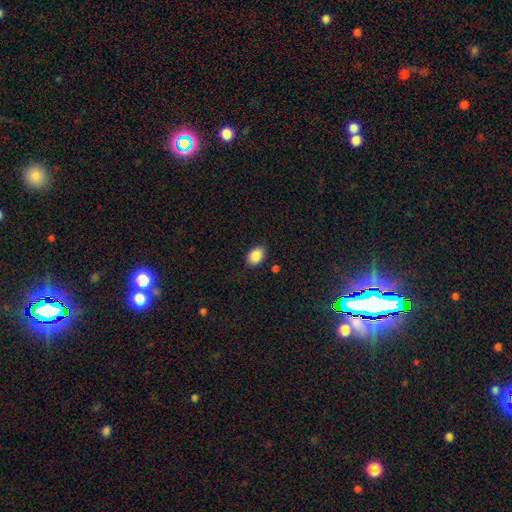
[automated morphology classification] Smooth or featured? smooth (88%)
How rounded? in between (82%)
Merging? none (85%)